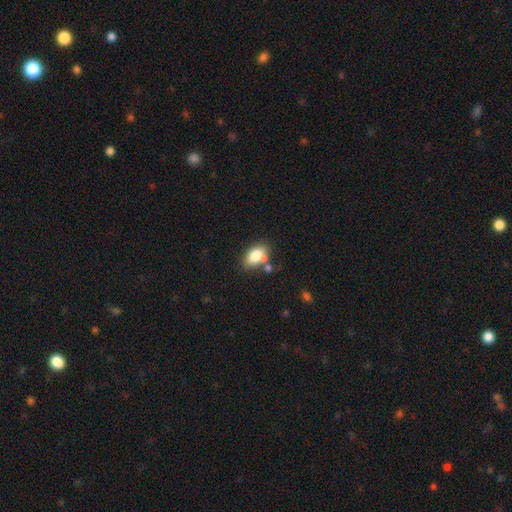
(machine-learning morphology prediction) This appears to be a smooth galaxy with no disk features (80%) that is in between round and cigar-shaped (89%). Merging: none (63%).